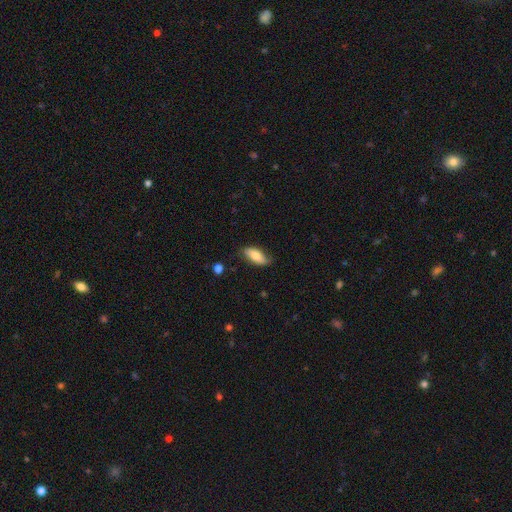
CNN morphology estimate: Smooth or featured?
  - smooth: 74% *
  - featured or disk: 19%
  - star or artifact: 7%
How rounded?
  - in between: 84% *
  - cigar-shaped: 13%
  - round: 3%
Merging?
  - none: 74% *
  - minor disturbance: 21%
  - major disturbance: 4%
  - merger: 1%